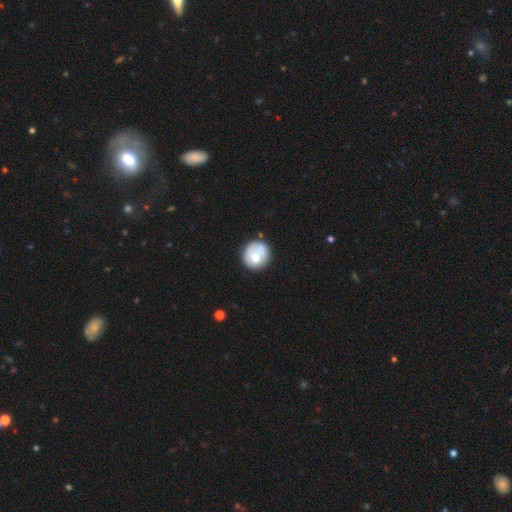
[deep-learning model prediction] A smooth galaxy with no disk features (66%) that is round (89%).

Vote fractions:
- Smooth or featured? smooth: 66% / featured or disk: 27% / star or artifact: 7%
- How rounded? round: 89% / in between: 10% / cigar-shaped: 1%
- Merging? none: 71% / minor disturbance: 18% / major disturbance: 6% / merger: 5%